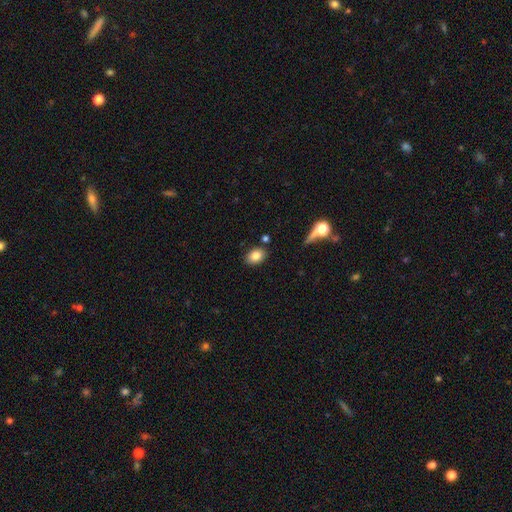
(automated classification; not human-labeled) smooth-or-featured: smooth: 83% | star or artifact: 9% | featured or disk: 9%
  how-rounded: in between: 78% | round: 21% | cigar-shaped: 1%
  merging: none: 83% | minor disturbance: 10% | merger: 4% | major disturbance: 3%